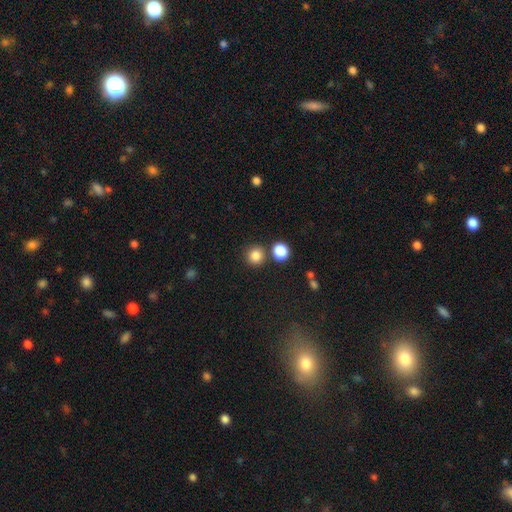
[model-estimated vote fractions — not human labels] smooth-or-featured: smooth: 84% | star or artifact: 12% | featured or disk: 4%
  how-rounded: round: 92% | in between: 7% | cigar-shaped: 1%
  merging: none: 80% | merger: 11% | minor disturbance: 7% | major disturbance: 2%